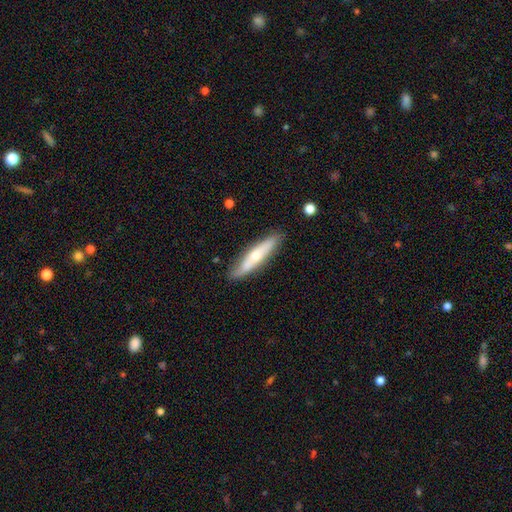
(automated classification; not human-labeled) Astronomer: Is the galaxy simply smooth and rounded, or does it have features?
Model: smooth — 52% (runner-up: featured or disk, 43%).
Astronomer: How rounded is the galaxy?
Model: cigar-shaped — 83%.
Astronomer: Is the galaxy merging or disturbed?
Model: none — 84%.